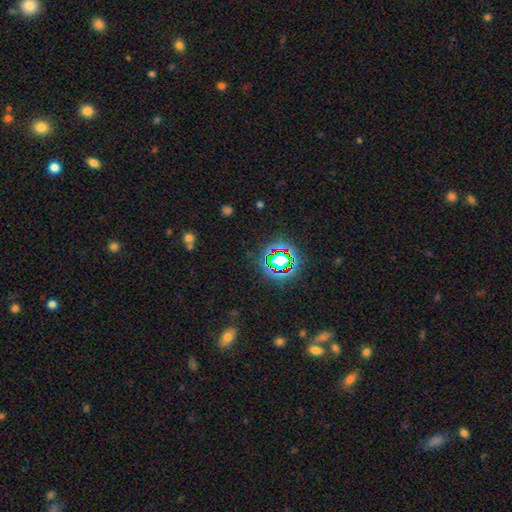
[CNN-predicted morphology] Q: Smooth or featured?
A: star or artifact (73%); runner-up: smooth (18%)